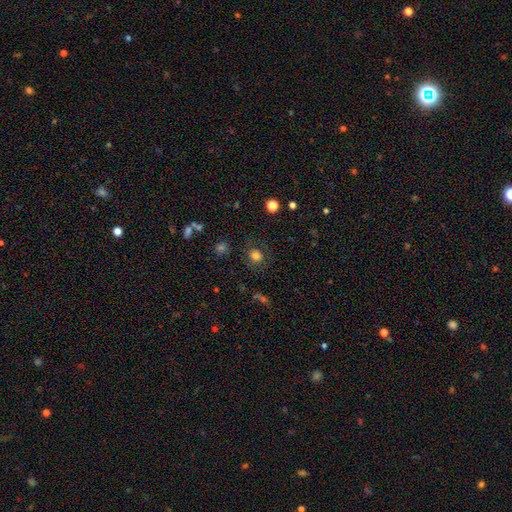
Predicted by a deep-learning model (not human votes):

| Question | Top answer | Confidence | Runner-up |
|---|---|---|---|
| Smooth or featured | smooth | 74% | star or artifact (14%) |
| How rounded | round | 79% | in between (20%) |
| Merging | none | 76% | minor disturbance (13%) |